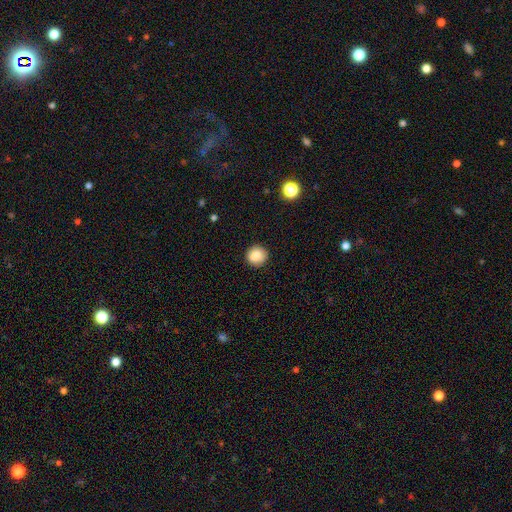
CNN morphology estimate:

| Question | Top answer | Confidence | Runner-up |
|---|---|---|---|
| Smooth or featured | smooth | 85% | star or artifact (9%) |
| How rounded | round | 88% | in between (11%) |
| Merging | none | 88% | minor disturbance (9%) |